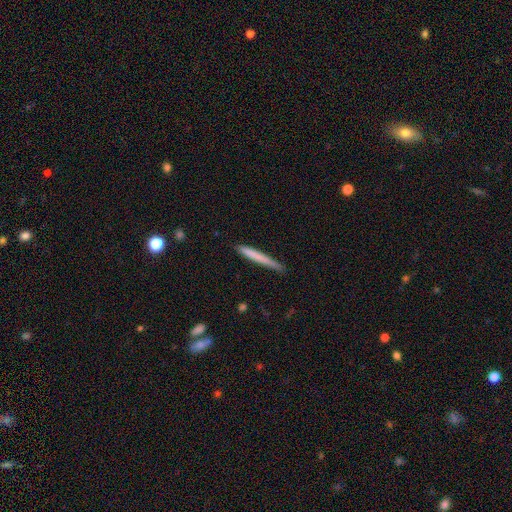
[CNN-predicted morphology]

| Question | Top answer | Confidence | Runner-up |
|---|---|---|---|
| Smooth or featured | smooth | 70% | featured or disk (24%) |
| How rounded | cigar-shaped | 97% | in between (2%) |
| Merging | none | 83% | minor disturbance (14%) |